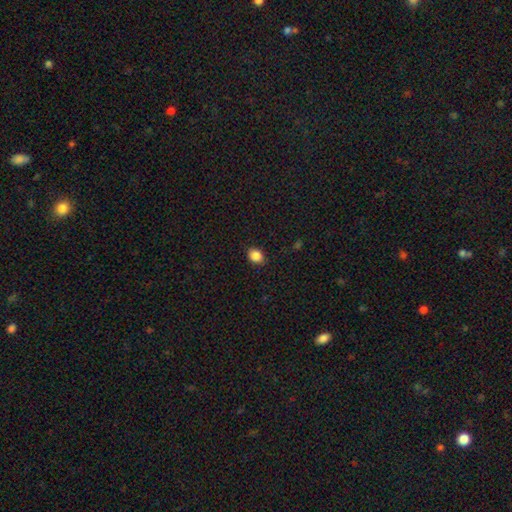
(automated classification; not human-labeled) A smooth galaxy with no disk features (87%) that is round (54%). Merging: none (89%).